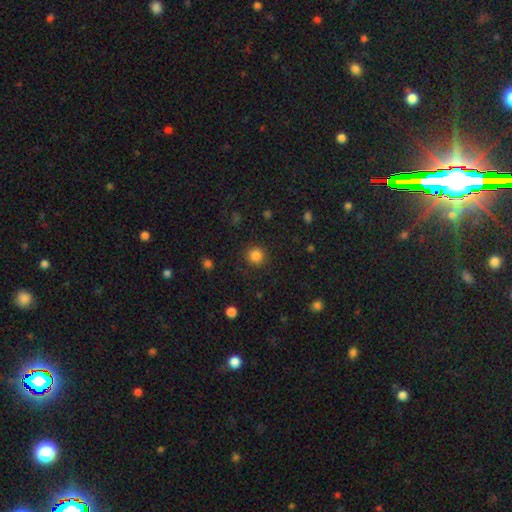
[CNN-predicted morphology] The model was most divided on "smooth or featured": smooth: 84%, star or artifact: 12%, featured or disk: 4%. More confident: how rounded — round (93%); merging — none (89%).